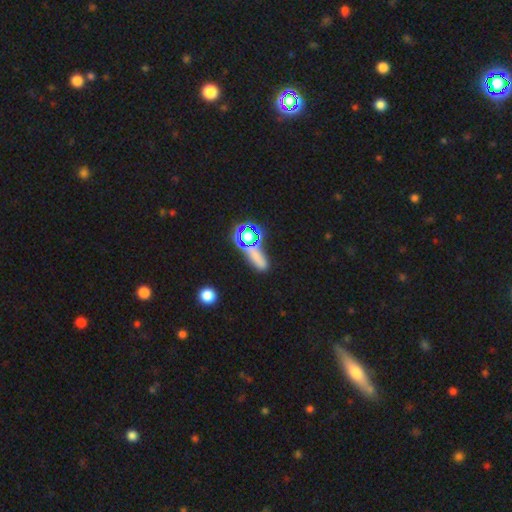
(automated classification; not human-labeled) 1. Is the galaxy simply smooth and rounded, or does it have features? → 46% smooth, 43% star or artifact, 10% featured or disk.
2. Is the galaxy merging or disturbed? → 57% none, 16% merger, 16% minor disturbance, 11% major disturbance.